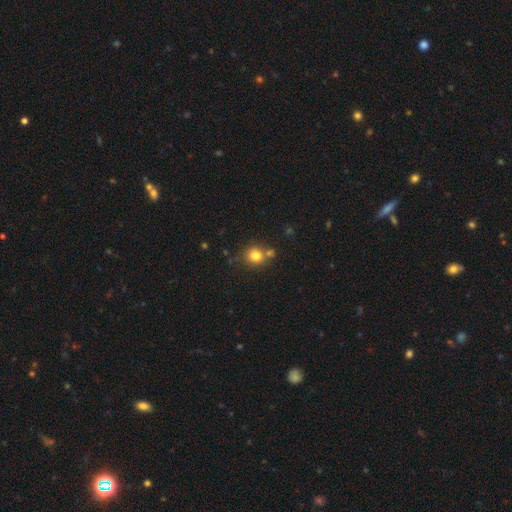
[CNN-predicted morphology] Q: Smooth or featured?
A: smooth (80%); runner-up: star or artifact (12%)
Q: How rounded?
A: round (86%); runner-up: in between (13%)
Q: Merging?
A: none (67%); runner-up: merger (18%)